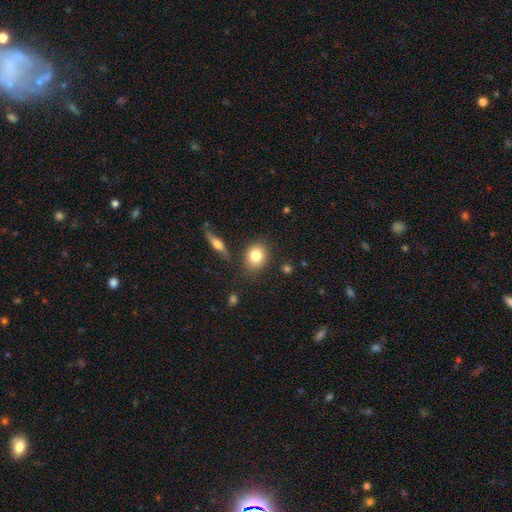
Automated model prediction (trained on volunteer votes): smooth 80%, featured or disk 11%, star or artifact 8%. Down the decision tree: how rounded — round (66%); merging — none (83%).